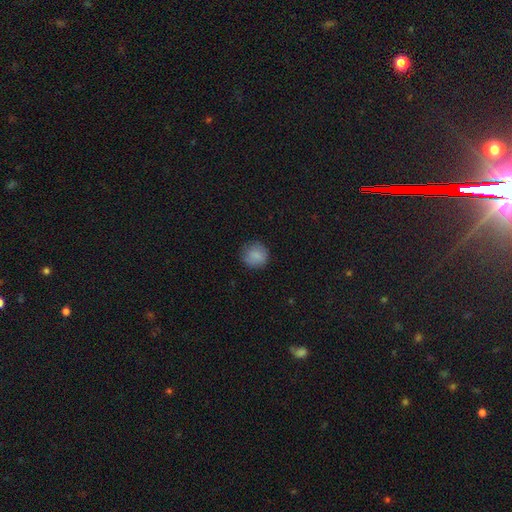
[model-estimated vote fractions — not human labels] Smooth or featured?
  - smooth: 87% *
  - star or artifact: 8%
  - featured or disk: 5%
How rounded?
  - round: 93% *
  - in between: 6%
  - cigar-shaped: 1%
Merging?
  - none: 84% *
  - minor disturbance: 12%
  - major disturbance: 3%
  - merger: 1%